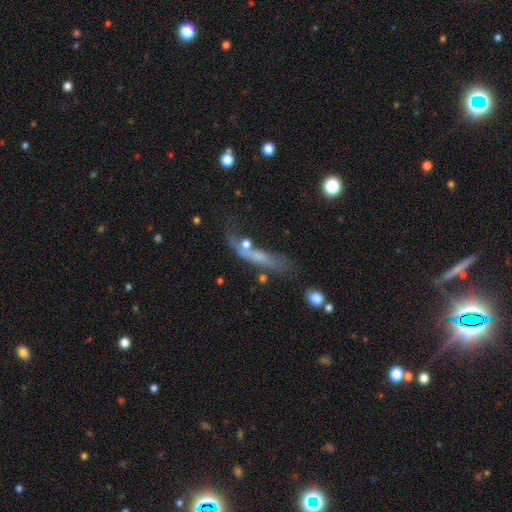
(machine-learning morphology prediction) type=smooth (46%); merging=none (37%).